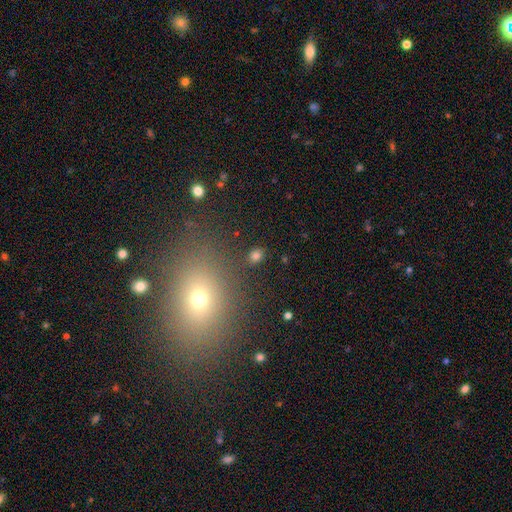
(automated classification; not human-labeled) The model was most divided on "how rounded": in between: 59%, round: 40%, cigar-shaped: 2%. More confident: merging — none (84%); smooth or featured — smooth (78%).